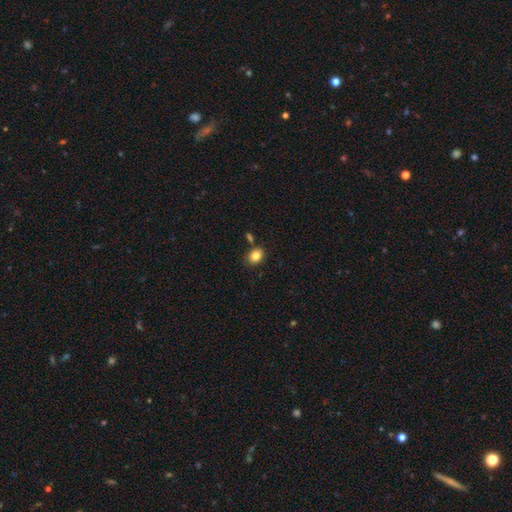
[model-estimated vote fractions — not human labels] Smooth or featured? Predicted: smooth (p=0.84). How rounded? Predicted: in between (p=0.58). Merging? Predicted: none (p=0.79).